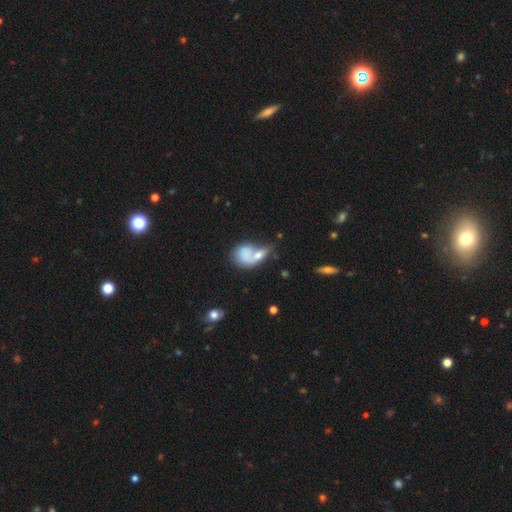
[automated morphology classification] smooth-or-featured: smooth: 61% | featured or disk: 29% | star or artifact: 10%
  how-rounded: in between: 64% | round: 32% | cigar-shaped: 4%
  merging: merger: 53% | none: 22% | major disturbance: 14% | minor disturbance: 11%